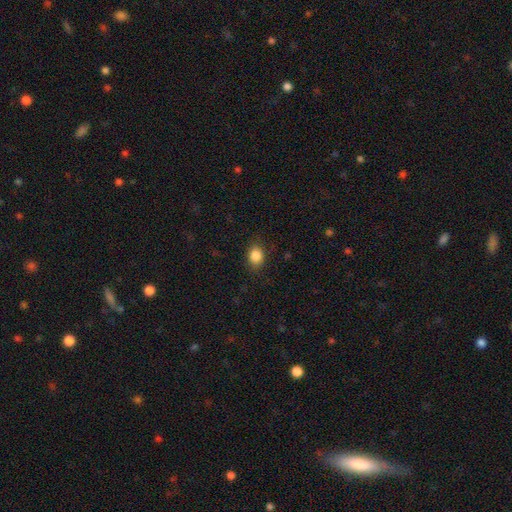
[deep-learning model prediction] smooth-or-featured: smooth: 86% | star or artifact: 10% | featured or disk: 5%
  how-rounded: in between: 52% | round: 46% | cigar-shaped: 1%
  merging: none: 83% | minor disturbance: 12% | major disturbance: 3% | merger: 1%